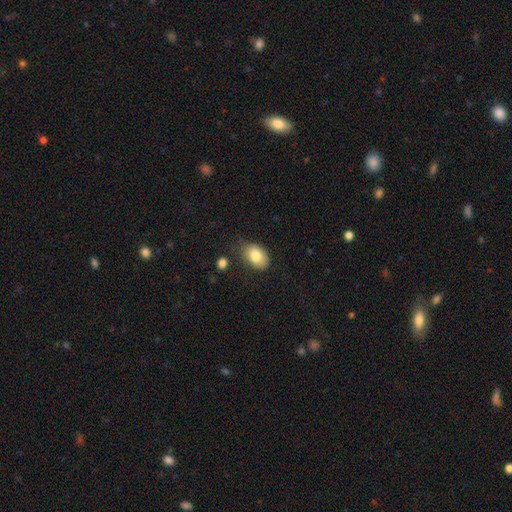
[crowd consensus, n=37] This is clearly a smooth galaxy (86%). How rounded: likely in between (78%). Merging: likely none (60%).